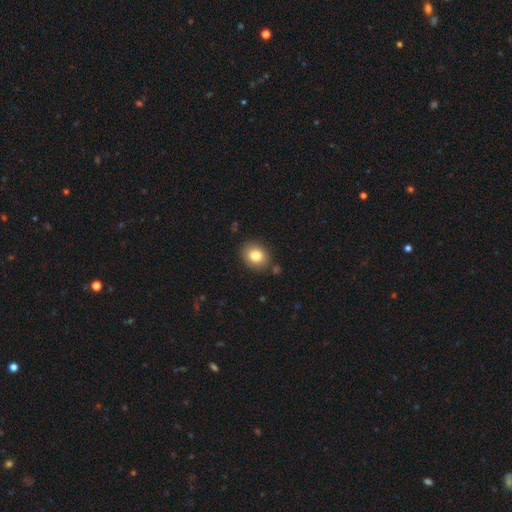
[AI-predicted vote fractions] The model was most divided on "how rounded": round: 60%, in between: 39%, cigar-shaped: 1%. More confident: merging — none (85%); smooth or featured — smooth (81%).